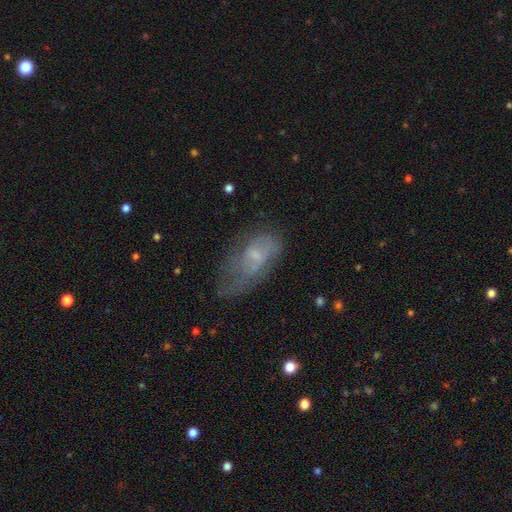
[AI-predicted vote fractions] Morphology: type=featured or disk (45%); merging=none (38%).